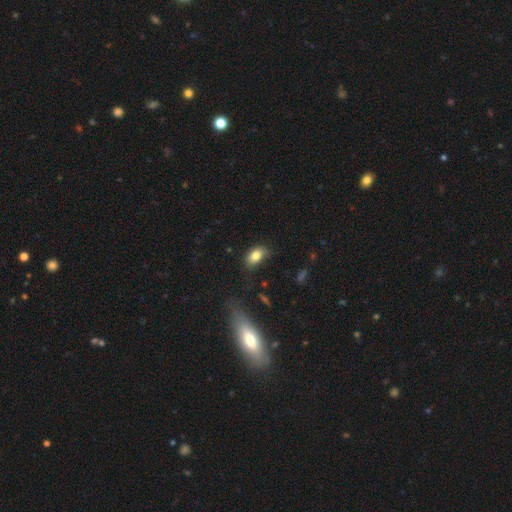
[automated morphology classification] type=smooth (81%); roundness=in between (89%); merging=none (65%).